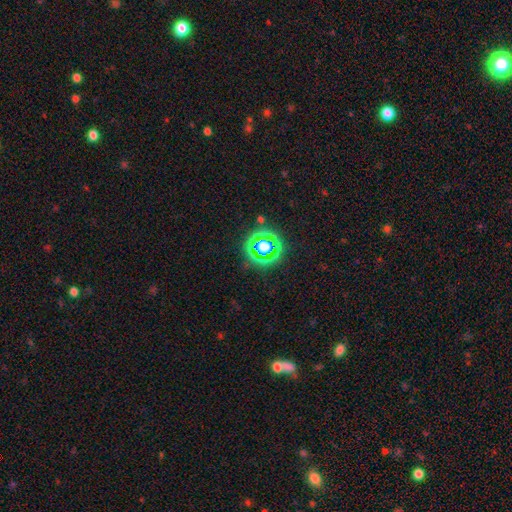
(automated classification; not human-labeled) This appears to be a star or artifact, not a galaxy (73%).